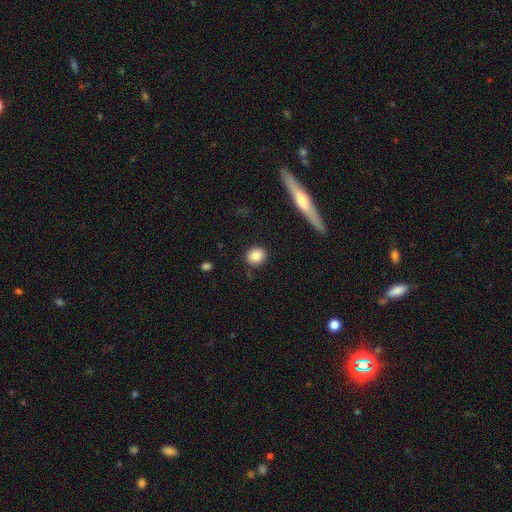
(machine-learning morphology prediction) Smooth or featured: smooth — 84% (star or artifact — 8%)
How rounded: round — 71% (in between — 27%)
Merging: none — 87% (minor disturbance — 8%)